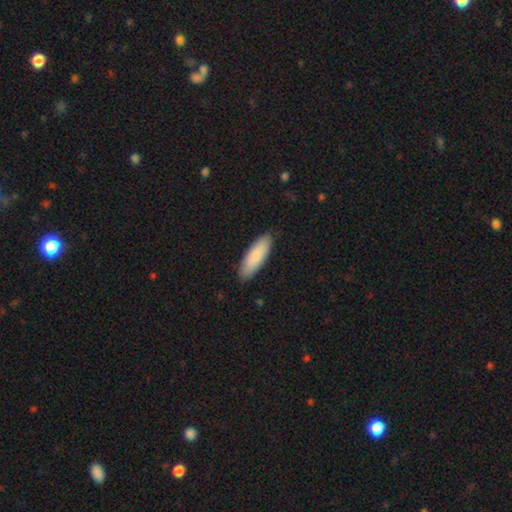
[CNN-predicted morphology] This is clearly a smooth galaxy (86%). How rounded: possibly in between (56%). Merging: clearly none (87%).